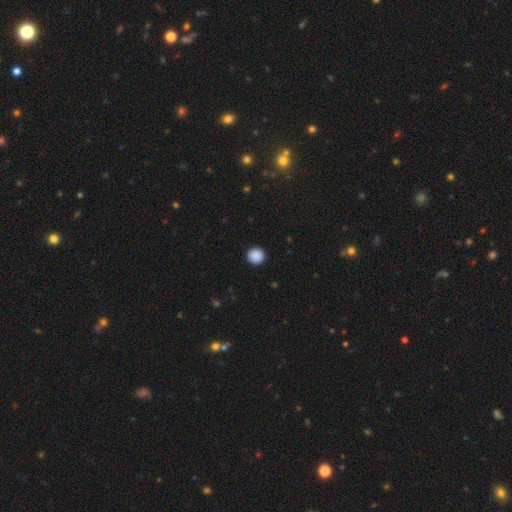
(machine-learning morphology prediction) A smooth galaxy with no disk features (89%) that is round (93%). Merging: none (93%).